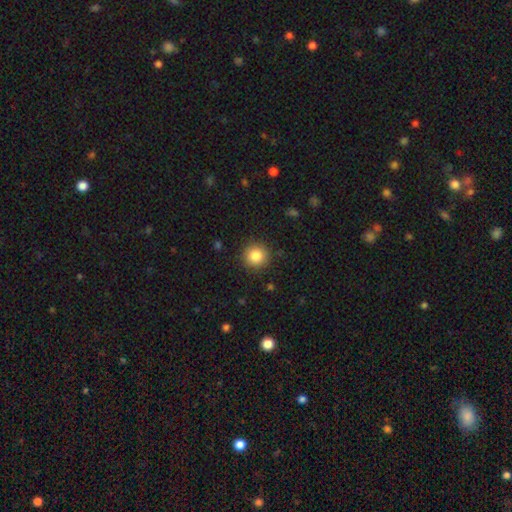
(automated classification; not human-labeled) smooth_or_featured: smooth (p=0.84) [alt: star or artifact p=0.10]
how_rounded: round (p=0.94) [alt: in between p=0.05]
merging: none (p=0.90) [alt: minor disturbance p=0.07]